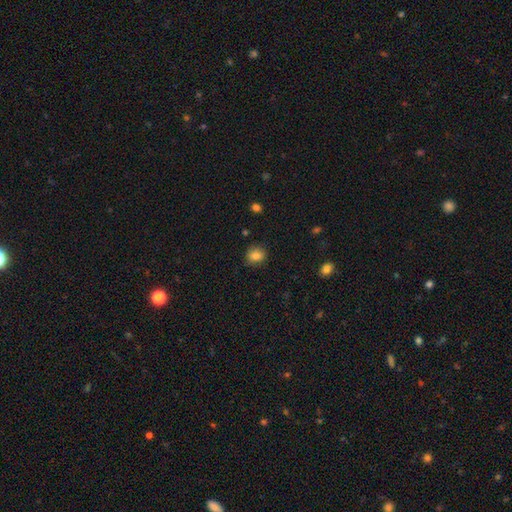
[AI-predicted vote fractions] Smooth or featured: smooth — 83% (star or artifact — 10%)
How rounded: round — 75% (in between — 24%)
Merging: none — 86% (minor disturbance — 10%)